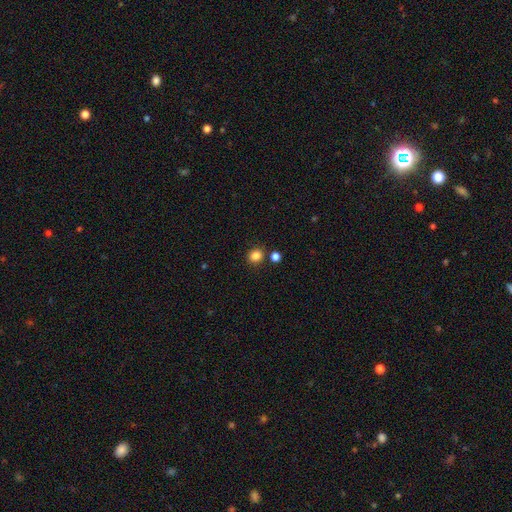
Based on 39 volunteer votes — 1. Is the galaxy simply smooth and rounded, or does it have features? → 87% smooth, 10% featured or disk, 3% star or artifact.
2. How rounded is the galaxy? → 91% round, 9% in between, 0% cigar-shaped.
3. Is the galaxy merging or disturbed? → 82% none, 8% minor disturbance, 8% merger, 3% major disturbance.